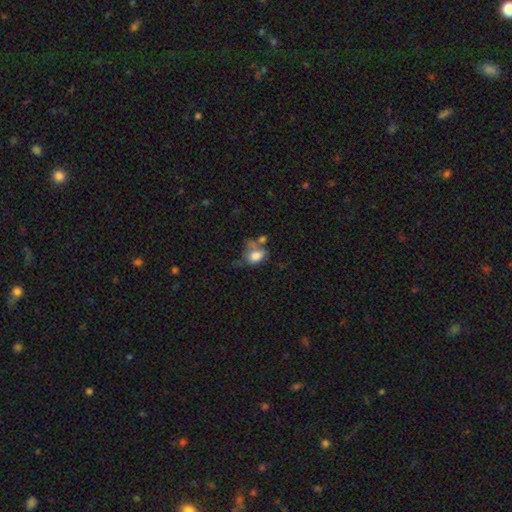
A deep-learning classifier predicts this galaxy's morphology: Smooth or featured: smooth — 75% (featured or disk — 14%)
How rounded: in between — 78% (round — 20%)
Merging: merger — 30% (none — 29%)